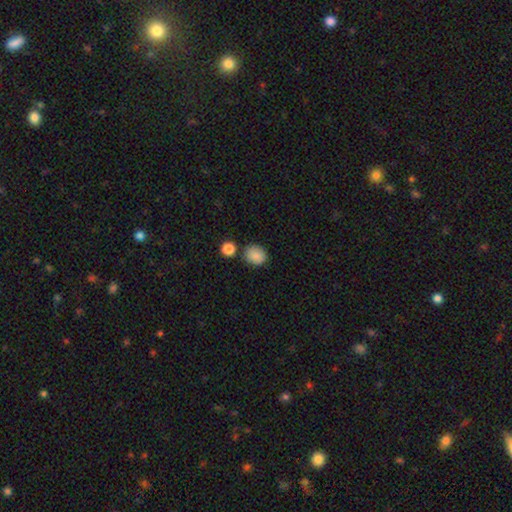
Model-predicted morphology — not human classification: This appears to be a smooth galaxy with no disk features (86%) that is round (71%). Merging: none (78%).